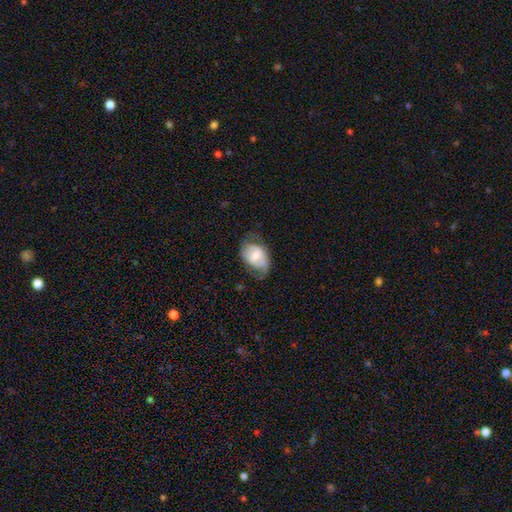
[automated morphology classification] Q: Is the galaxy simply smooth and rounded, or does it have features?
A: featured or disk — 51%.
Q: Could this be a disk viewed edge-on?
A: no — 95%.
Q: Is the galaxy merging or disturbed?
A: none — 49%.